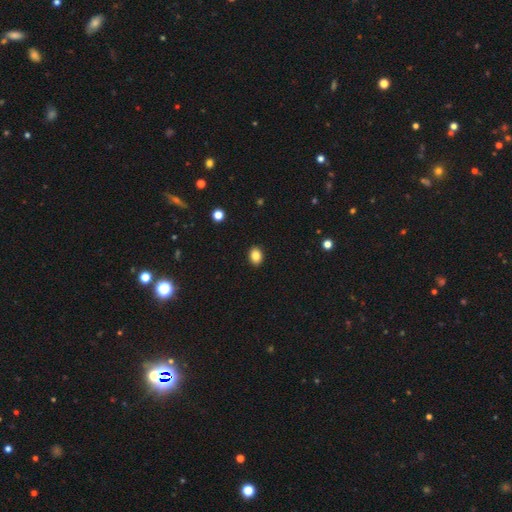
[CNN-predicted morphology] type=smooth (85%); roundness=in between (62%); merging=none (91%).